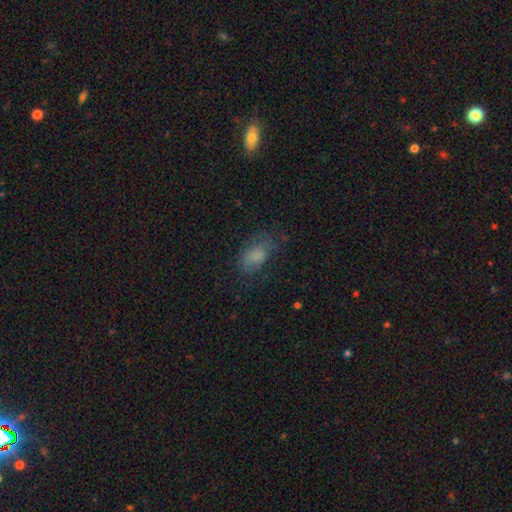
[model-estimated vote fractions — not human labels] Smooth or featured: smooth — 73% (featured or disk — 15%)
How rounded: in between — 88% (round — 9%)
Merging: none — 56% (minor disturbance — 25%)